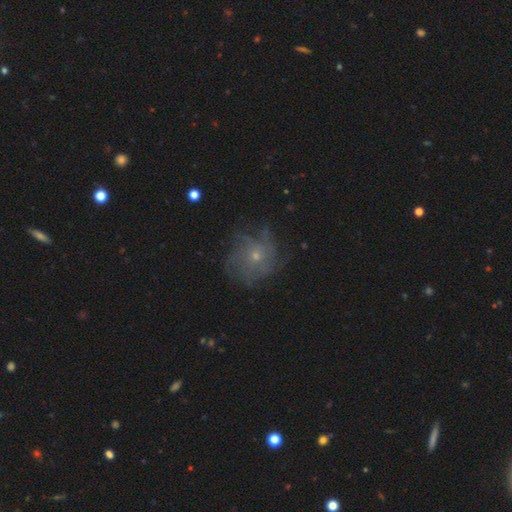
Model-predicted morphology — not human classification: Smooth or featured? Predicted: featured or disk (p=0.58). Edge-on disk? Predicted: no (p=0.97). Bar? Predicted: no (p=0.87). Spiral arms? Predicted: yes (p=0.70). Bulge size? Predicted: small (p=0.70). Merging? Predicted: none (p=0.67).